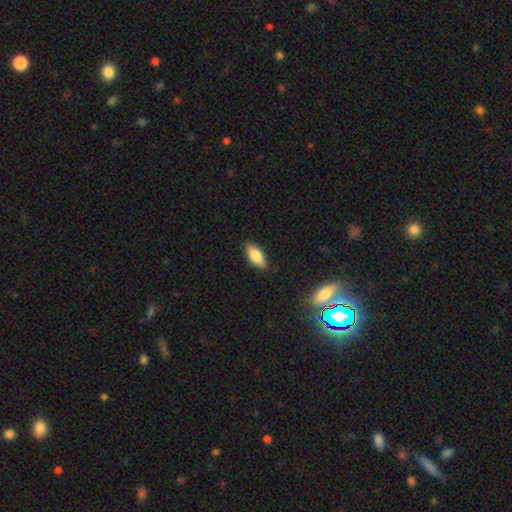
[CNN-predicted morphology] Smooth or featured?
  - smooth: 78% *
  - featured or disk: 15%
  - star or artifact: 7%
How rounded?
  - in between: 80% *
  - cigar-shaped: 18%
  - round: 2%
Merging?
  - none: 86% *
  - minor disturbance: 11%
  - major disturbance: 2%
  - merger: 1%